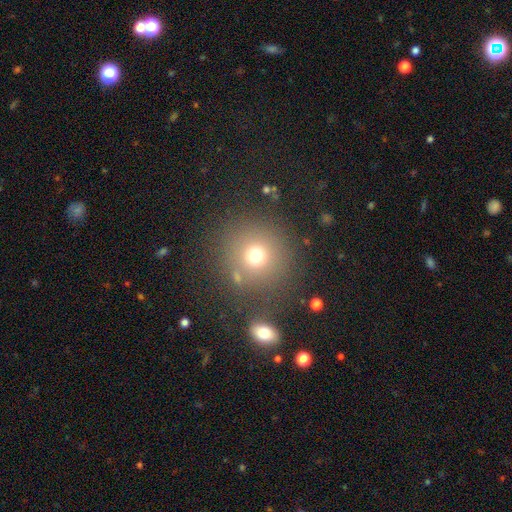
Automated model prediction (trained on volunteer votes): A smooth galaxy with no disk features (70%) that is round (93%). Merging: none (79%).